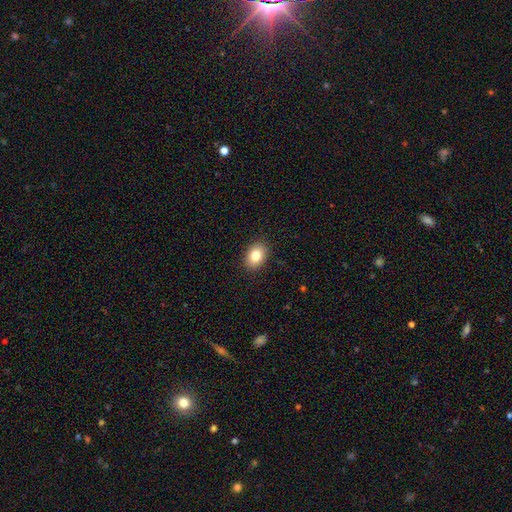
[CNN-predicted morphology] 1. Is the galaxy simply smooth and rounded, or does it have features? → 81% smooth, 9% featured or disk, 9% star or artifact.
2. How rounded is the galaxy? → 71% in between, 28% round, 1% cigar-shaped.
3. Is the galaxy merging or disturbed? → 89% none, 8% minor disturbance, 2% major disturbance, 1% merger.